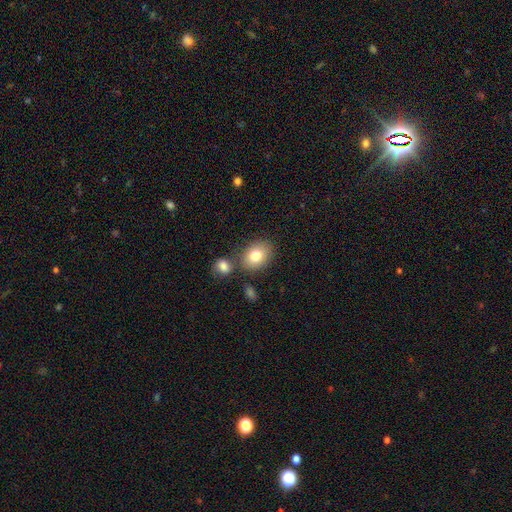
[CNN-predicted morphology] This appears to be a smooth galaxy with no disk features (79%) that is in between round and cigar-shaped (67%). Merging: none (70%).